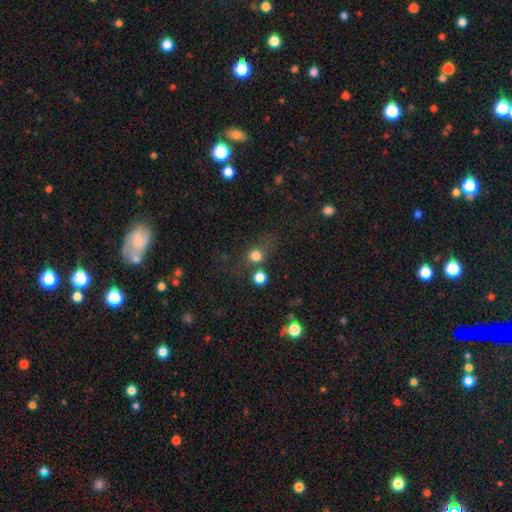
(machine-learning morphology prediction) smooth_or_featured: smooth (p=0.72) [alt: star or artifact p=0.18]
how_rounded: round (p=0.80) [alt: in between p=0.18]
merging: none (p=0.56) [alt: merger p=0.20]